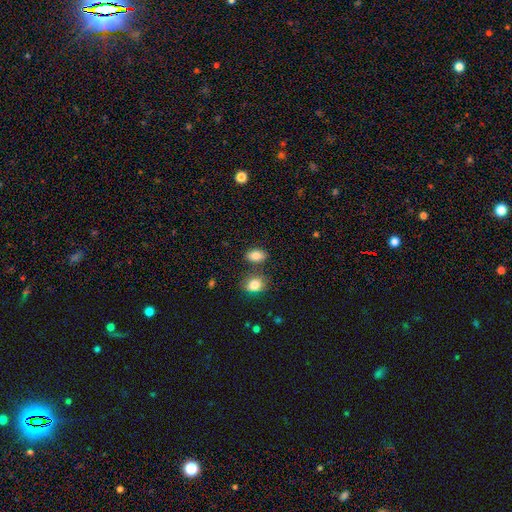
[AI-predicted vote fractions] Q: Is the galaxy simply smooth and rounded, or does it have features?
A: smooth — 84%.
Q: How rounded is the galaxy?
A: in between — 86%.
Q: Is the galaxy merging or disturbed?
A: none — 72%.